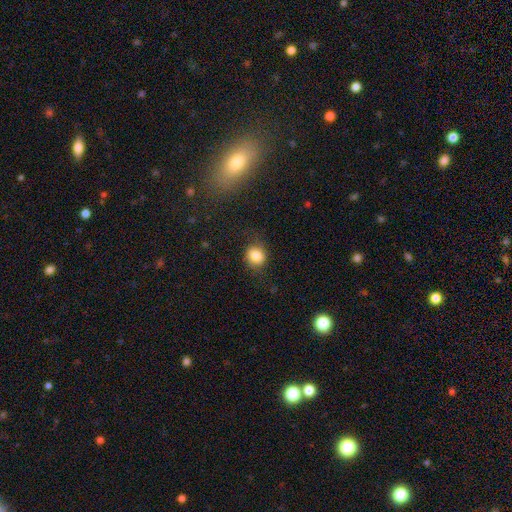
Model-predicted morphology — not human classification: Smooth or featured? Predicted: smooth (p=0.82). How rounded? Predicted: round (p=0.76). Merging? Predicted: none (p=0.76).